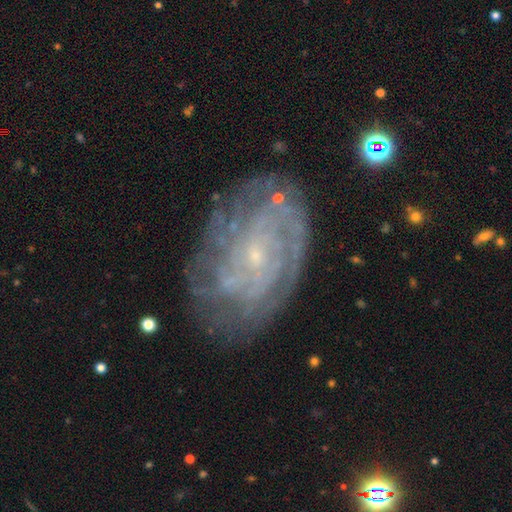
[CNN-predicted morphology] This appears to be a featured or disk galaxy (82%) with no bar (70%), tight (71%) spiral arms (93%) and a small central bulge (85%). Merging: none (76%).